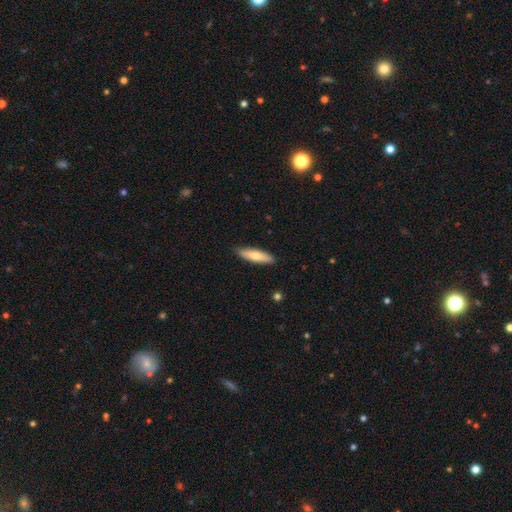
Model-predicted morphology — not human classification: Smooth or featured: smooth — 70% (featured or disk — 25%)
How rounded: cigar-shaped — 66% (in between — 32%)
Merging: none — 89% (minor disturbance — 9%)